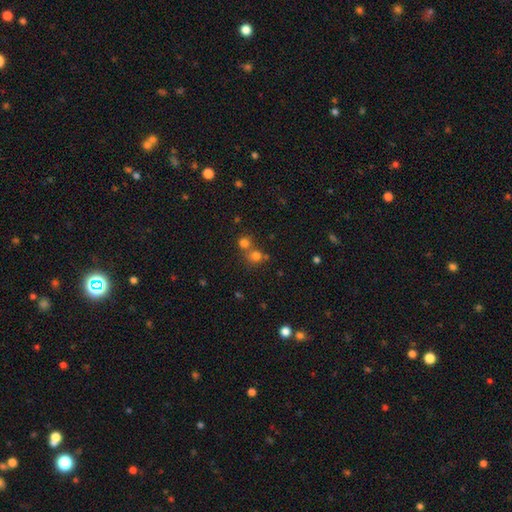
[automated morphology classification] A smooth galaxy with no disk features (59%) that is round (84%).

Vote fractions:
- Smooth or featured? smooth: 59% / star or artifact: 31% / featured or disk: 10%
- How rounded? round: 84% / in between: 14% / cigar-shaped: 1%
- Merging? none: 54% / merger: 36% / minor disturbance: 7% / major disturbance: 3%